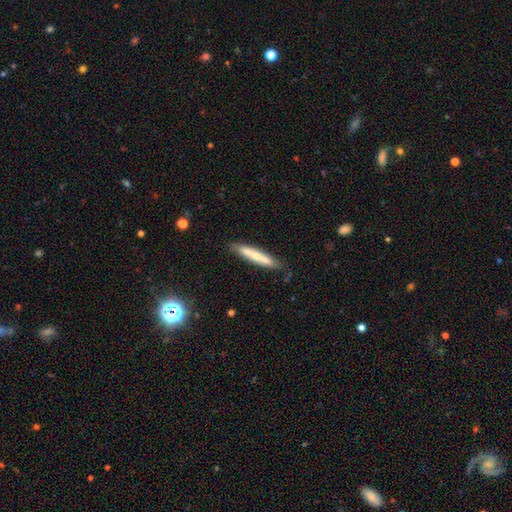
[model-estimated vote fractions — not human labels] smooth 62%, featured or disk 32%, star or artifact 6%. Down the decision tree: how rounded — cigar-shaped (92%); merging — none (82%).